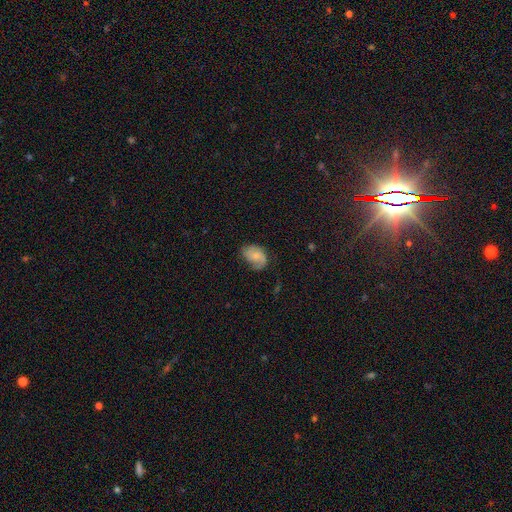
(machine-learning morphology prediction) Overall: smooth (50%; featured or disk 41%). How rounded: in between (78%). Merging: none (56%; minor disturbance 30%).